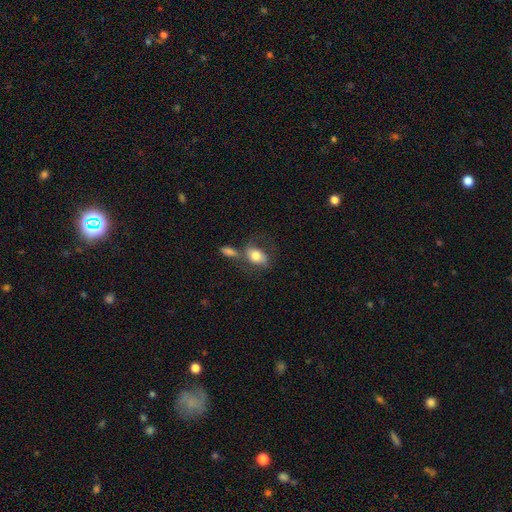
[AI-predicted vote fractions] Smooth or featured? smooth (73%)
How rounded? in between (84%)
Merging? none (43%)